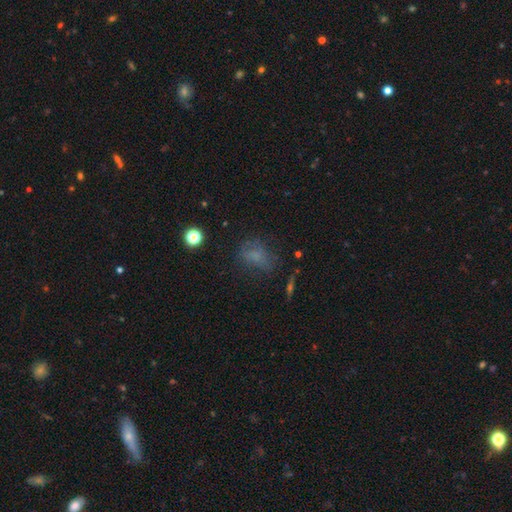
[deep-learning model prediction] smooth-or-featured: smooth: 55% | featured or disk: 23% | star or artifact: 23%
  how-rounded: in between: 65% | round: 32% | cigar-shaped: 3%
  merging: none: 54% | minor disturbance: 23% | major disturbance: 20% | merger: 3%